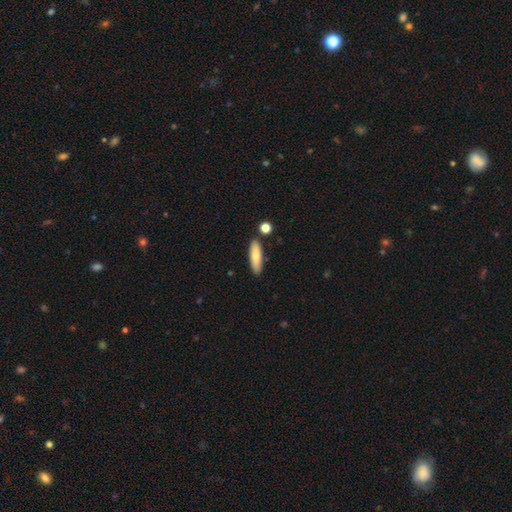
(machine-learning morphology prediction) Overall: smooth (78%). How rounded: cigar-shaped (52%; in between 46%). Merging: none (84%).